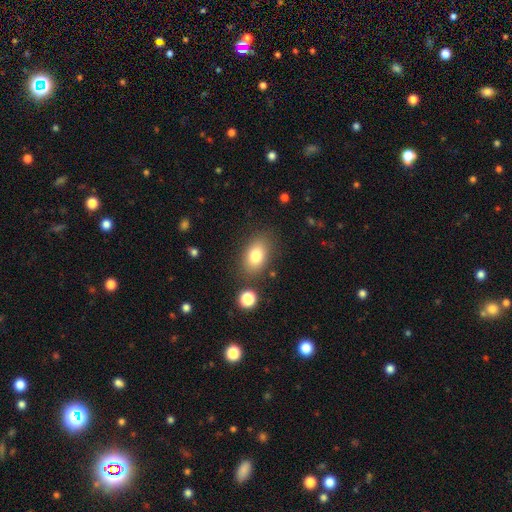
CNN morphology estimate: smooth_or_featured: smooth (p=0.80) [alt: featured or disk p=0.11]
how_rounded: in between (p=0.86) [alt: round p=0.12]
merging: none (p=0.81) [alt: minor disturbance p=0.12]